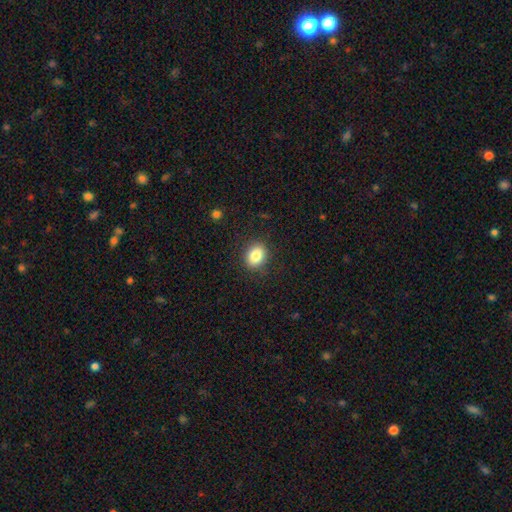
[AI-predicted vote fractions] smooth 84%, star or artifact 9%, featured or disk 6%. Down the decision tree: how rounded — in between (52%); merging — none (87%).